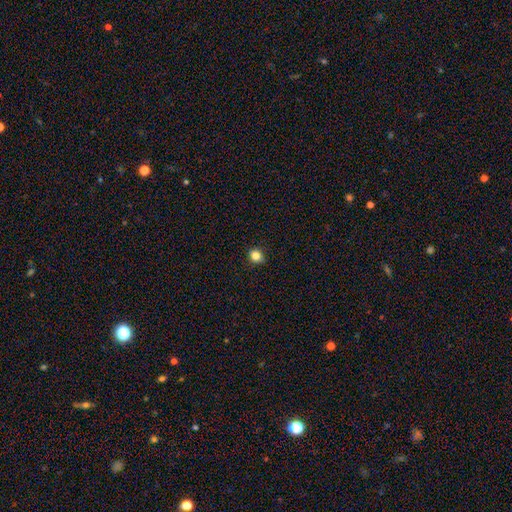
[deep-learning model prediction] Q: Smooth or featured?
A: smooth (83%); runner-up: star or artifact (12%)
Q: How rounded?
A: round (76%); runner-up: in between (23%)
Q: Merging?
A: none (88%); runner-up: minor disturbance (9%)